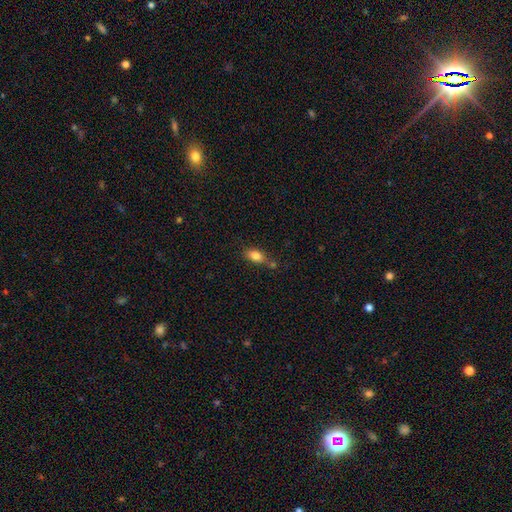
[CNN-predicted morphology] A smooth galaxy with no disk features (81%) that is in between round and cigar-shaped (84%).

Vote fractions:
- Smooth or featured? smooth: 81% / featured or disk: 9% / star or artifact: 9%
- How rounded? in between: 84% / round: 11% / cigar-shaped: 6%
- Merging? none: 53% / merger: 20% / minor disturbance: 20% / major disturbance: 6%